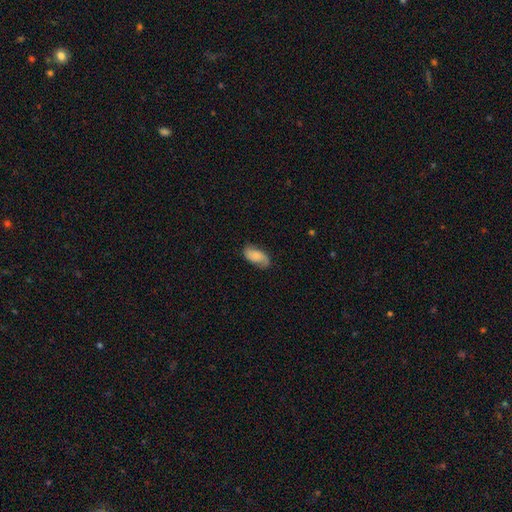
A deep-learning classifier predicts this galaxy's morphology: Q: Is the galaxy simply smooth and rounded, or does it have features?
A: smooth — 59%.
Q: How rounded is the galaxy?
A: in between — 93%.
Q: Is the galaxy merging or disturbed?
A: none — 73%.